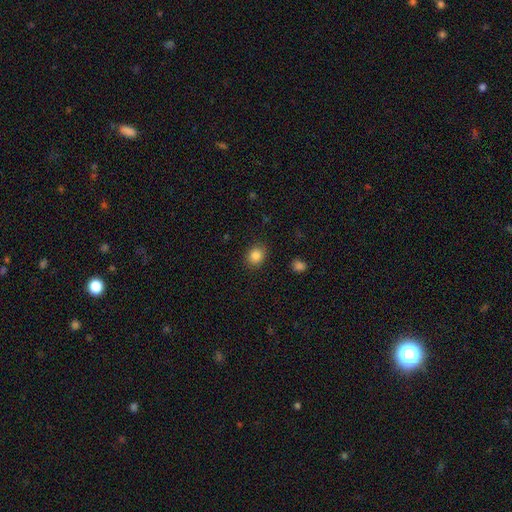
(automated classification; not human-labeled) The model was most divided on "how rounded": round: 56%, in between: 43%, cigar-shaped: 1%. More confident: merging — none (87%); smooth or featured — smooth (85%).